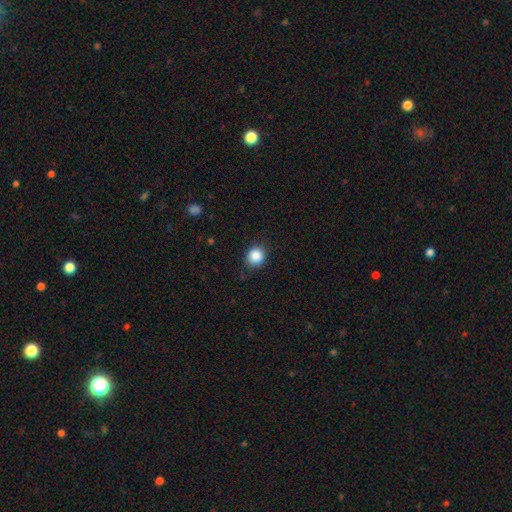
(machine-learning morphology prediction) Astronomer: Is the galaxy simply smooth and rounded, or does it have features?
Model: smooth — 87%.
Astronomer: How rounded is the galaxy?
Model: round — 80%.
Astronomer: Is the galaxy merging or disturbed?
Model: none — 83%.